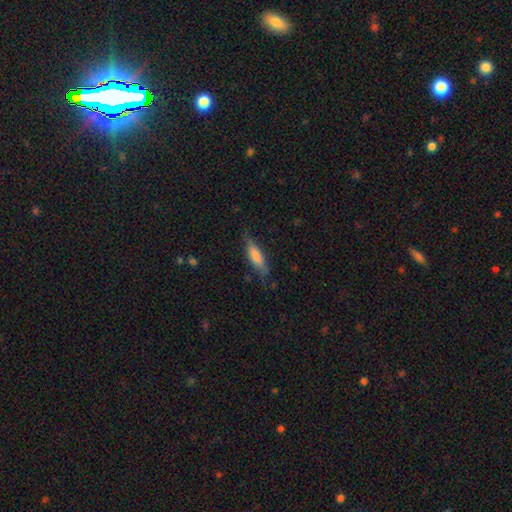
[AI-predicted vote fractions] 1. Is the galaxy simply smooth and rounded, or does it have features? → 68% smooth, 26% featured or disk, 6% star or artifact.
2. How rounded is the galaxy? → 65% cigar-shaped, 33% in between, 2% round.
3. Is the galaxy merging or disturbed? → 73% none, 21% minor disturbance, 5% major disturbance, 1% merger.